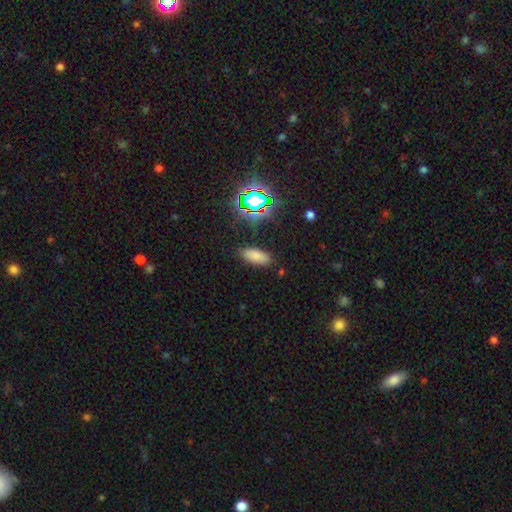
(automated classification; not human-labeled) smooth_or_featured: smooth (p=0.76) [alt: star or artifact p=0.17]
how_rounded: in between (p=0.80) [alt: cigar-shaped p=0.18]
merging: none (p=0.85) [alt: minor disturbance p=0.10]